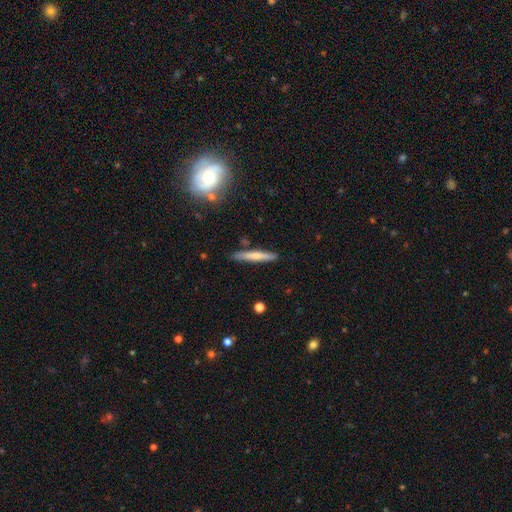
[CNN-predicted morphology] This is possibly a smooth galaxy (59%). How rounded: clearly cigar-shaped (94%). Merging: clearly none (85%).